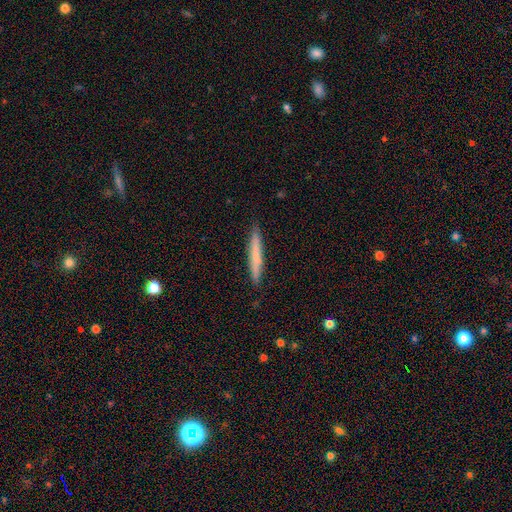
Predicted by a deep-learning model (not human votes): A smooth galaxy with no disk features (65%) that is cigar-shaped (96%).

Vote fractions:
- Smooth or featured? smooth: 65% / featured or disk: 30% / star or artifact: 6%
- How rounded? cigar-shaped: 96% / in between: 3% / round: 1%
- Merging? none: 90% / minor disturbance: 7% / major disturbance: 1% / merger: 1%